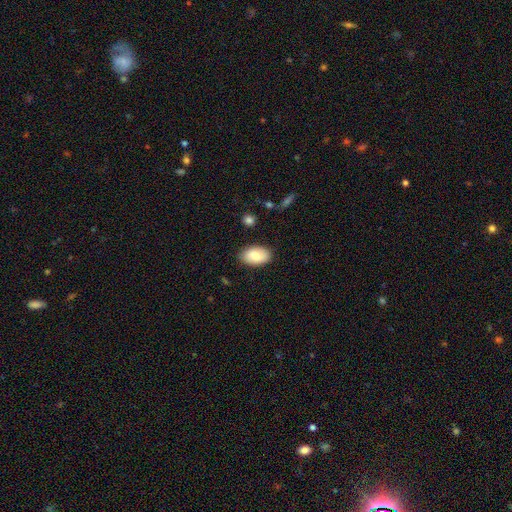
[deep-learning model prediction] smooth 80%, featured or disk 14%, star or artifact 6%. Down the decision tree: how rounded — in between (93%); merging — none (85%).